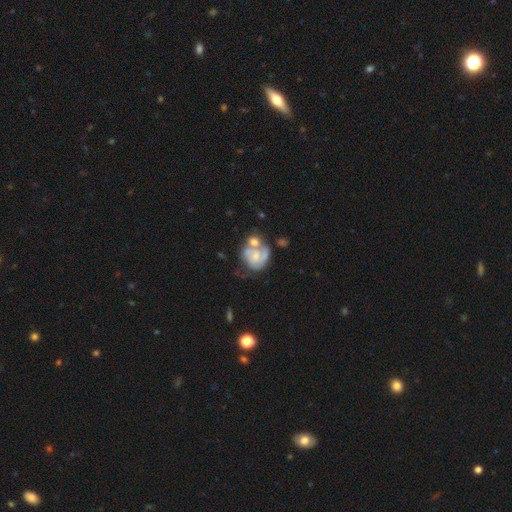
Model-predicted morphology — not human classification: Q: Smooth or featured?
A: featured or disk (62%); runner-up: smooth (31%)
Q: Edge-on disk?
A: no (98%); runner-up: yes (2%)
Q: Bar?
A: no (78%); runner-up: weak (19%)
Q: Spiral arms?
A: yes (65%); runner-up: no (35%)
Q: Bulge size?
A: small (50%); runner-up: moderate (37%)
Q: Merging?
A: merger (41%); runner-up: none (28%)